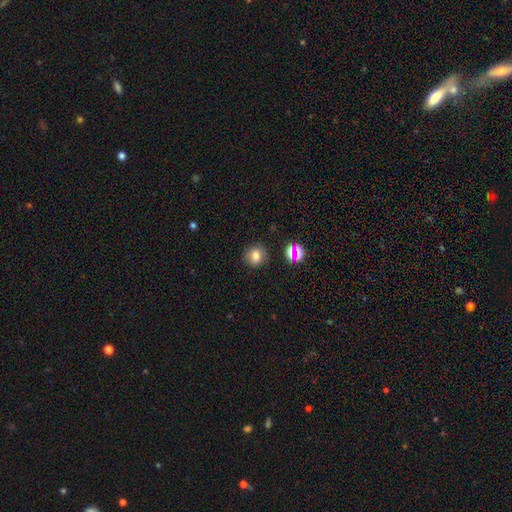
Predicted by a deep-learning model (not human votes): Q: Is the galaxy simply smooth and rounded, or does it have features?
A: smooth — 74%.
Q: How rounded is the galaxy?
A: round — 84%.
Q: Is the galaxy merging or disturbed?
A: none — 86%.